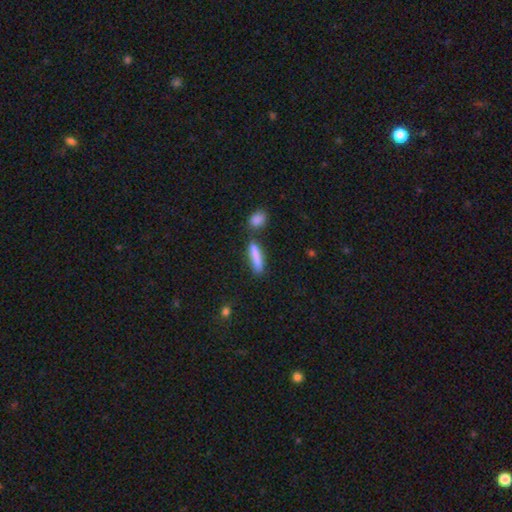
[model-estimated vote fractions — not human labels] A smooth galaxy with no disk features (83%) that is cigar-shaped (76%).

Vote fractions:
- Smooth or featured? smooth: 83% / featured or disk: 10% / star or artifact: 7%
- How rounded? cigar-shaped: 76% / in between: 21% / round: 3%
- Merging? none: 67% / merger: 16% / minor disturbance: 13% / major disturbance: 4%